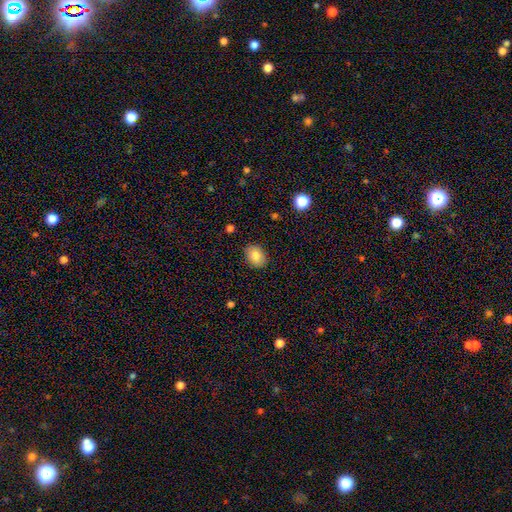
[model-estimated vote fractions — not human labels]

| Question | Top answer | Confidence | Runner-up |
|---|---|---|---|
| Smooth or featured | smooth | 83% | featured or disk (9%) |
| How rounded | in between | 71% | round (28%) |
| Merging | none | 87% | minor disturbance (10%) |